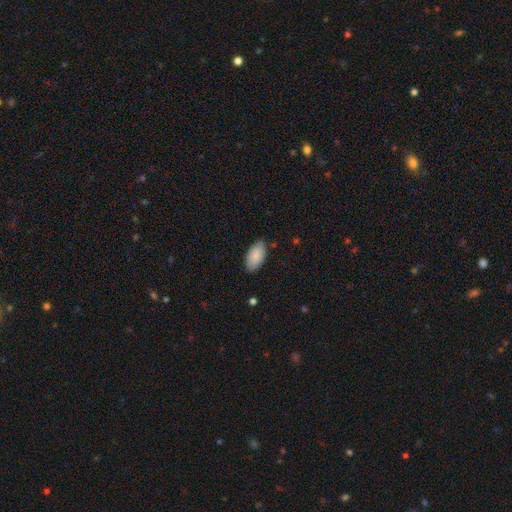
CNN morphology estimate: smooth-or-featured: smooth: 87% | featured or disk: 7% | star or artifact: 6%
  how-rounded: in between: 95% | cigar-shaped: 3% | round: 2%
  merging: none: 83% | minor disturbance: 14% | major disturbance: 2% | merger: 1%